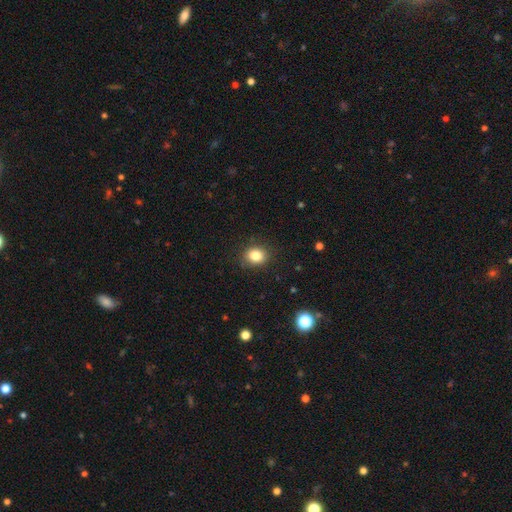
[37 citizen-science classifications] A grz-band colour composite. It shows a smooth galaxy with no disk features (81%) that is round (70%). Merging: none (88%).